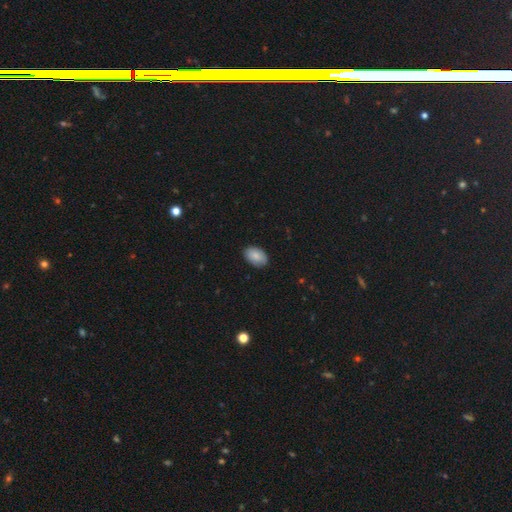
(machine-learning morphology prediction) smooth-or-featured: smooth: 86% | featured or disk: 8% | star or artifact: 7%
  how-rounded: in between: 90% | round: 9% | cigar-shaped: 1%
  merging: none: 86% | minor disturbance: 11% | major disturbance: 2% | merger: 1%